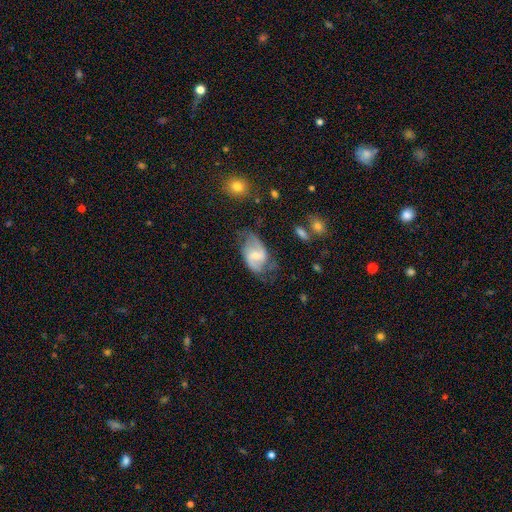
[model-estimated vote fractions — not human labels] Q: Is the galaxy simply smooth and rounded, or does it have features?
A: featured or disk — 73%.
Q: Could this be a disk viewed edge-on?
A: no — 96%.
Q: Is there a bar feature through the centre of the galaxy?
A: weak — 52%.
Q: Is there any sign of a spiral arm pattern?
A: yes — 89%.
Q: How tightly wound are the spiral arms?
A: loose — 45%.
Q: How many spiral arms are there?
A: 2 — 86%.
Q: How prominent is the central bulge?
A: small — 47%.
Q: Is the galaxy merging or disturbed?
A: none — 59%.